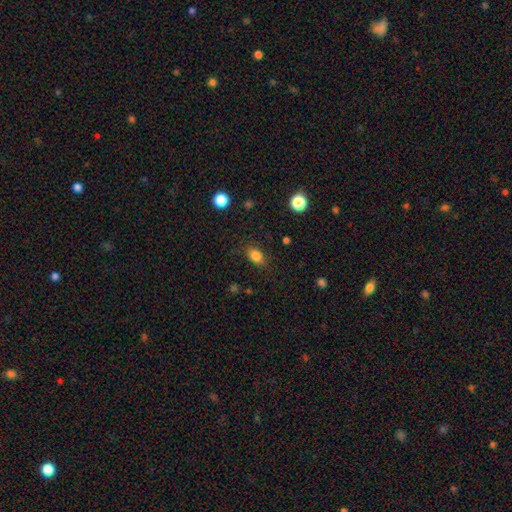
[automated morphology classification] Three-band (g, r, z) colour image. It shows a smooth galaxy with no disk features (83%) that is in between round and cigar-shaped (75%). Merging: none (82%).